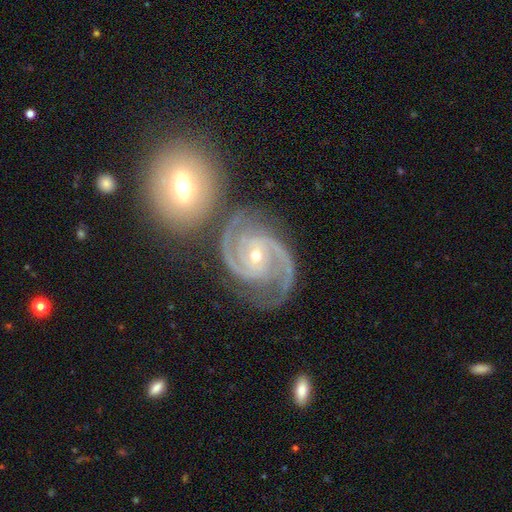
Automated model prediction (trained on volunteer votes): Q: Smooth or featured?
A: featured or disk (93%); runner-up: star or artifact (4%)
Q: Edge-on disk?
A: no (98%); runner-up: yes (2%)
Q: Bar?
A: no (51%); runner-up: weak (33%)
Q: Spiral arms?
A: yes (99%); runner-up: no (1%)
Q: Spiral winding?
A: medium (51%); runner-up: tight (41%)
Q: Spiral arm count?
A: 2 (73%); runner-up: 3 (16%)
Q: Bulge size?
A: small (62%); runner-up: moderate (36%)
Q: Merging?
A: none (60%); runner-up: minor disturbance (17%)